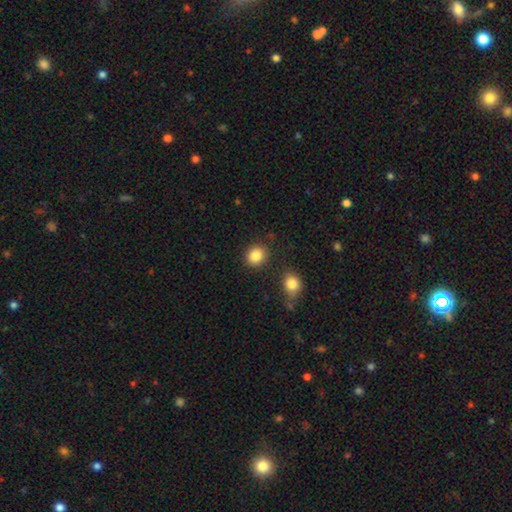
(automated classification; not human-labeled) Smooth or featured?
  - smooth: 86% *
  - star or artifact: 9%
  - featured or disk: 5%
How rounded?
  - round: 75% *
  - in between: 24%
  - cigar-shaped: 1%
Merging?
  - none: 86% *
  - minor disturbance: 7%
  - merger: 4%
  - major disturbance: 3%